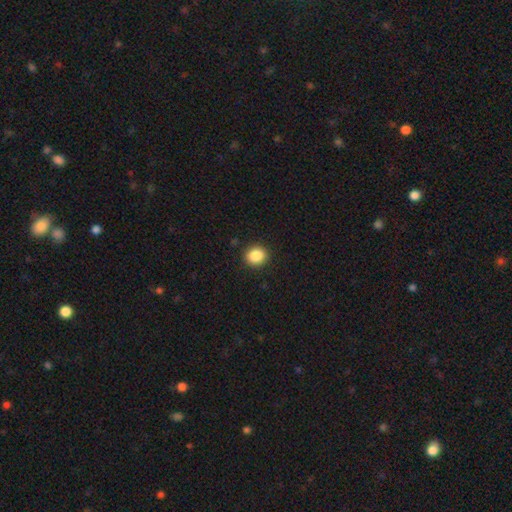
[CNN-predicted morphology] This is clearly a smooth galaxy (87%). How rounded: likely round (78%). Merging: clearly none (90%).